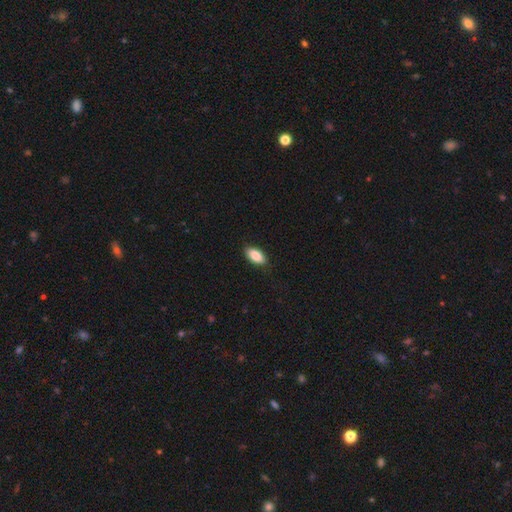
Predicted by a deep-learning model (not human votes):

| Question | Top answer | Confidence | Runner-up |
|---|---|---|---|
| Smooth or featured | smooth | 86% | featured or disk (7%) |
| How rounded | in between | 91% | cigar-shaped (7%) |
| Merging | none | 87% | minor disturbance (10%) |